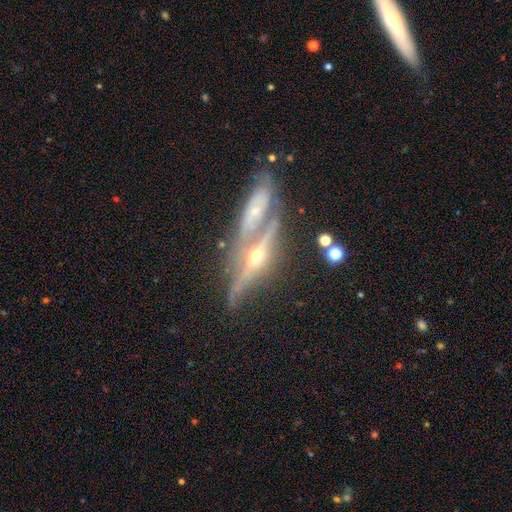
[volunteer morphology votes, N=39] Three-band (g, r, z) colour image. It shows a featured or disk galaxy (85%) viewed edge-on (91%) with a rounded central bulge (97%). Merging: merger (68%).